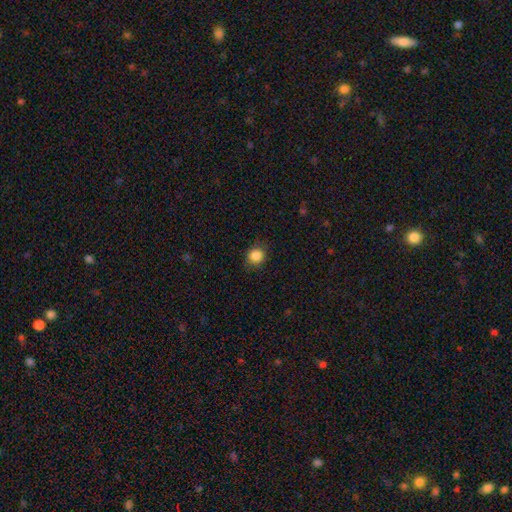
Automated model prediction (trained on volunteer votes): Overall: smooth (87%). How rounded: round (83%). Merging: none (84%).